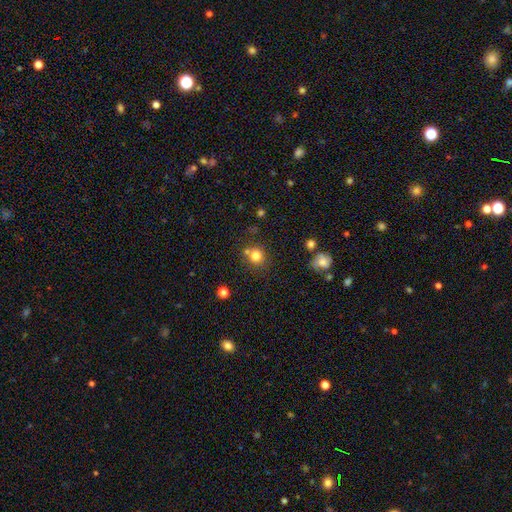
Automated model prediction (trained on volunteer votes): Morphology: type=smooth (79%); roundness=round (88%); merging=none (69%).